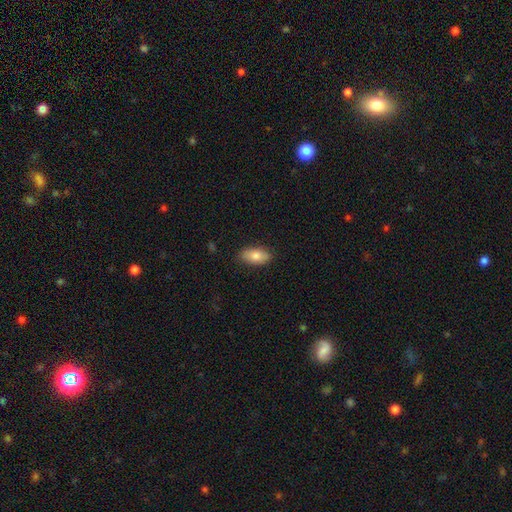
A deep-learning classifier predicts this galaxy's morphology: smooth-or-featured: smooth: 80% | featured or disk: 13% | star or artifact: 7%
  how-rounded: in between: 90% | cigar-shaped: 6% | round: 4%
  merging: none: 86% | minor disturbance: 11% | major disturbance: 2% | merger: 1%